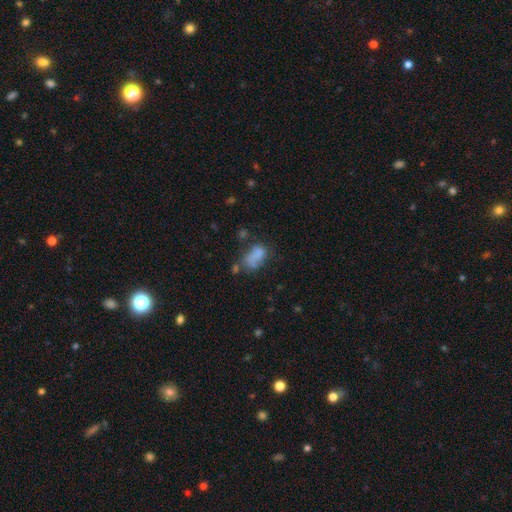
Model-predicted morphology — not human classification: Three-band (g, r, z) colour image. It shows a smooth galaxy with no disk features (66%) that is in between round and cigar-shaped (86%). Merging: none (30%).